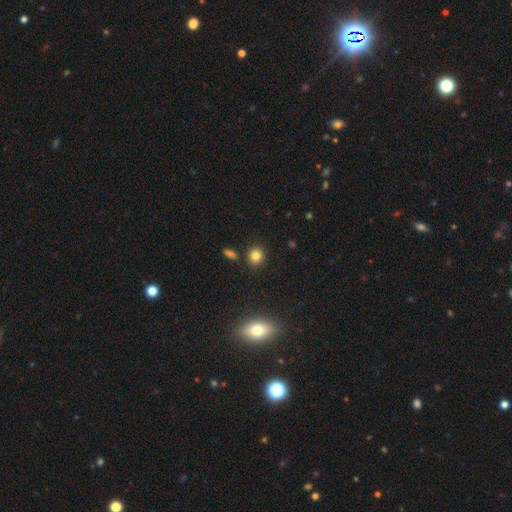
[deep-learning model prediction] Smooth or featured?
  - smooth: 82% *
  - star or artifact: 12%
  - featured or disk: 6%
How rounded?
  - round: 85% *
  - in between: 14%
  - cigar-shaped: 1%
Merging?
  - none: 86% *
  - minor disturbance: 7%
  - merger: 4%
  - major disturbance: 2%